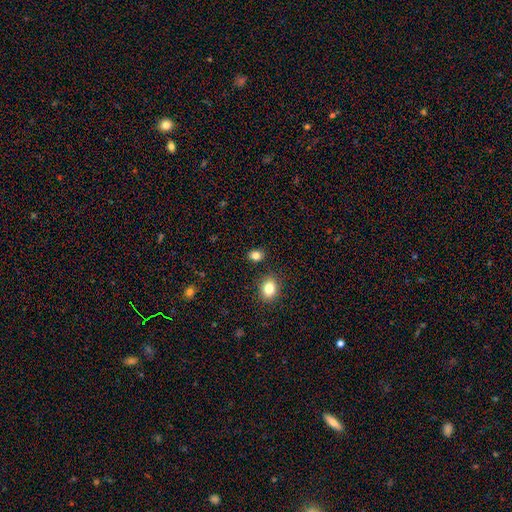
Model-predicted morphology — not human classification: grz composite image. It shows a smooth galaxy with no disk features (83%) that is round (50%). Merging: none (84%).